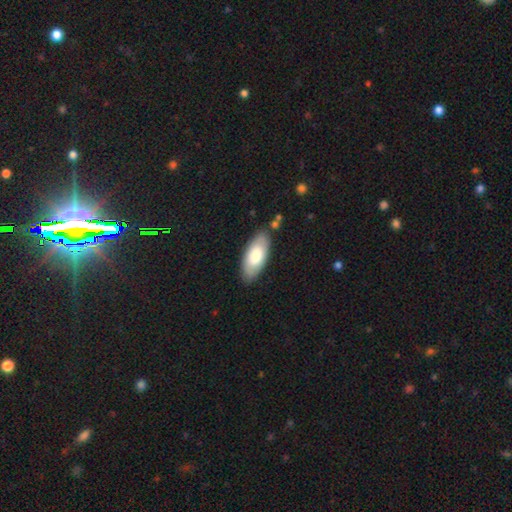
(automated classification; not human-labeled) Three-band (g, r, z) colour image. It shows a smooth galaxy with no disk features (71%) that is in between round and cigar-shaped (86%). Merging: none (83%).